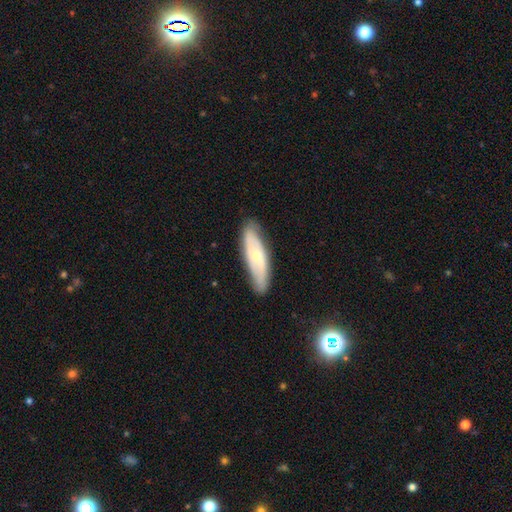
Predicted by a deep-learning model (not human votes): This appears to be a featured or disk galaxy (54%). Merging: none (82%).